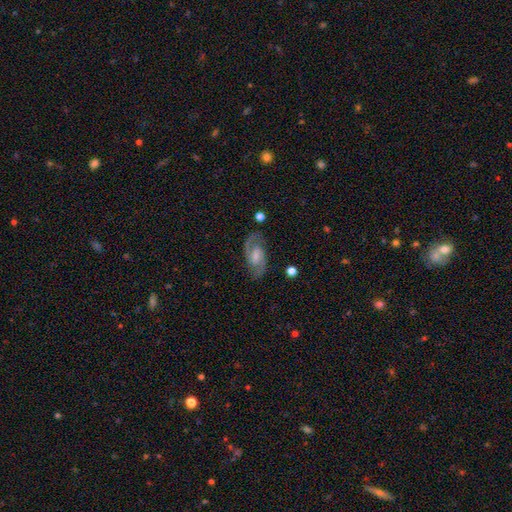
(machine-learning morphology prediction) Smooth or featured: featured or disk — 86% (smooth — 8%)
Edge-on disk: no — 97% (yes — 3%)
Bar: weak — 55% (no — 29%)
Spiral arms: yes — 97% (no — 3%)
Spiral winding: medium — 59% (tight — 23%)
Spiral arm count: 2 — 92% (can't tell — 3%)
Bulge size: small — 38% (moderate — 30%)
Merging: none — 82% (minor disturbance — 12%)